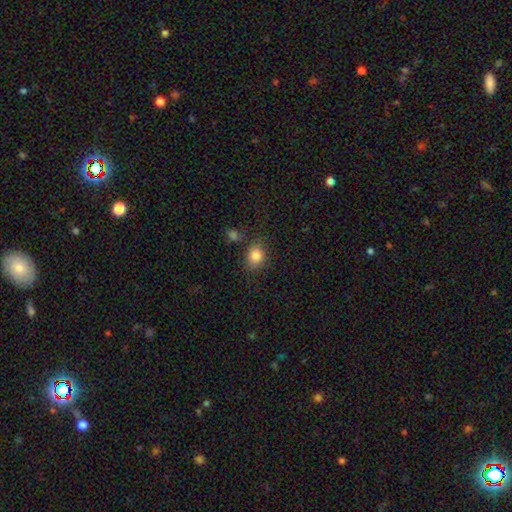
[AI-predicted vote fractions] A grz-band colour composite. It shows a smooth galaxy with no disk features (84%) that is round (52%). Merging: none (75%).